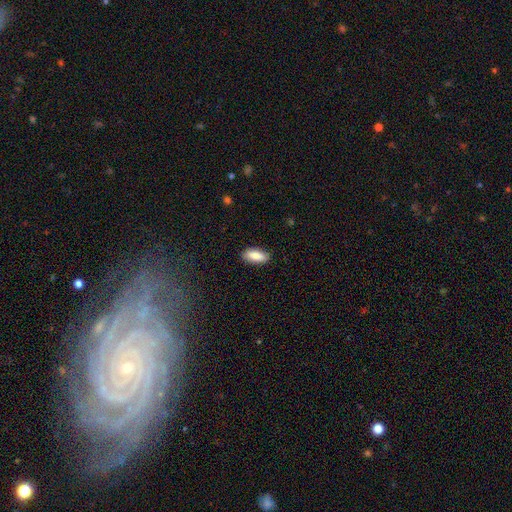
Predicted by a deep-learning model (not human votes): This appears to be a smooth galaxy with no disk features (87%) that is in between round and cigar-shaped (86%). Merging: none (88%).